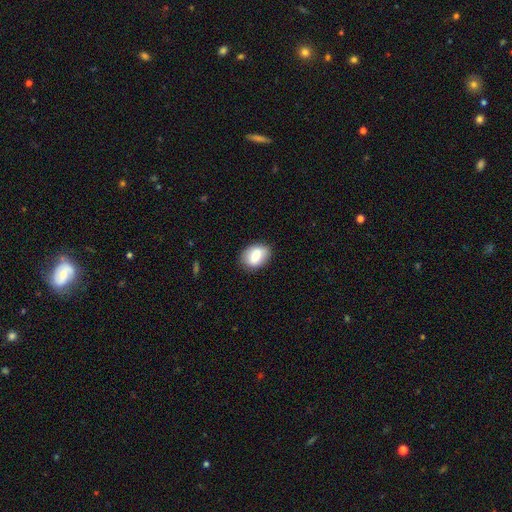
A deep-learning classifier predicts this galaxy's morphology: A smooth galaxy with no disk features (79%) that is in between round and cigar-shaped (79%). Merging: none (84%).